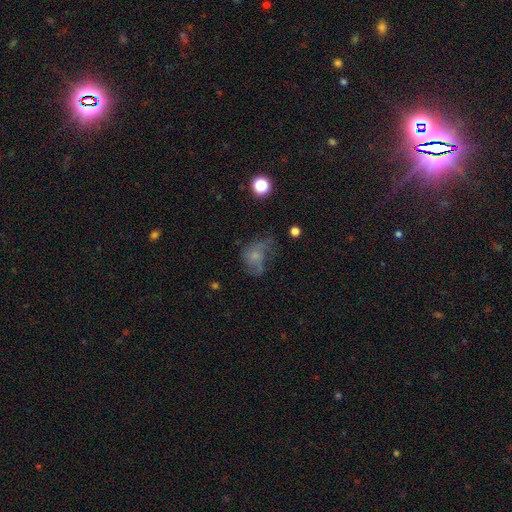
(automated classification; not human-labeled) smooth-or-featured: smooth: 47% | featured or disk: 37% | star or artifact: 16%
  merging: major disturbance: 39% | none: 31% | minor disturbance: 25% | merger: 5%